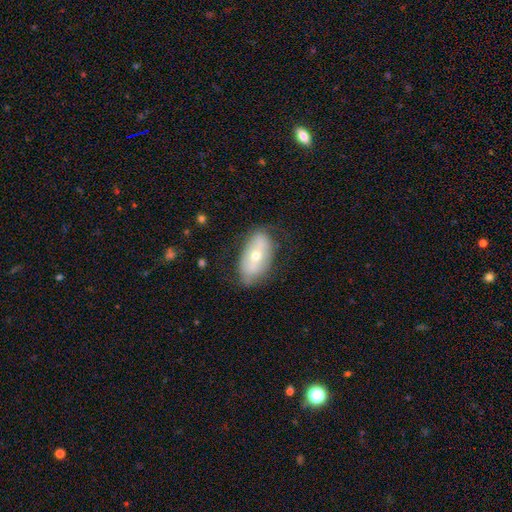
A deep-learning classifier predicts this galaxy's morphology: This appears to be a smooth galaxy with no disk features (51%) that is in between round and cigar-shaped (91%). Merging: none (69%).